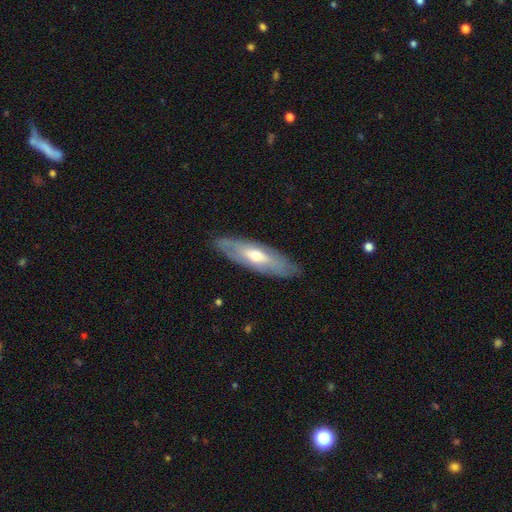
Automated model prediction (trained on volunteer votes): A featured or disk galaxy (57%). Merging: none (84%).